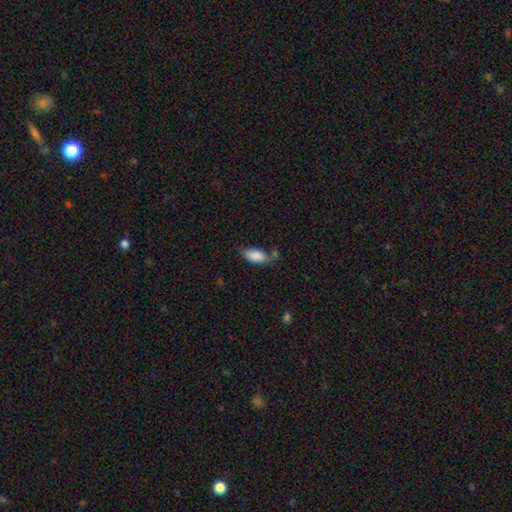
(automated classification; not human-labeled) This is clearly a smooth galaxy (87%). How rounded: clearly in between (91%). Merging: possibly none (59%).